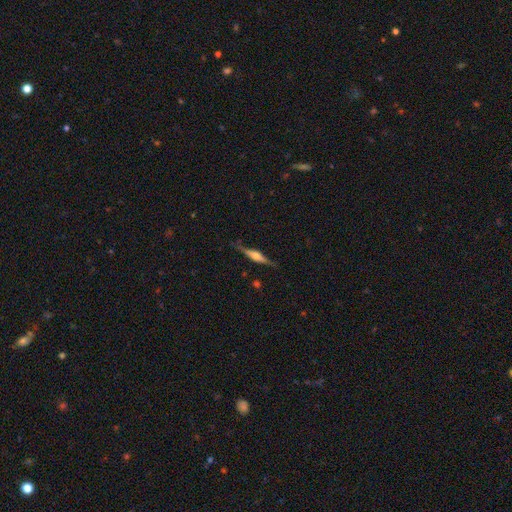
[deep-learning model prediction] smooth-or-featured: featured or disk: 75% | smooth: 20% | star or artifact: 6%
  disk-edge-on: yes: 97% | no: 3%
    edge-on-bulge: rounded: 79% | boxy: 16% | none: 4%
  merging: none: 82% | minor disturbance: 13% | major disturbance: 3% | merger: 1%